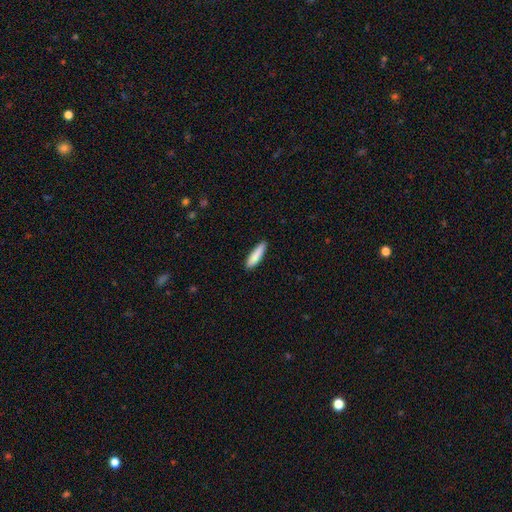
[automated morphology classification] type=smooth (87%); roundness=cigar-shaped (77%); merging=none (87%).